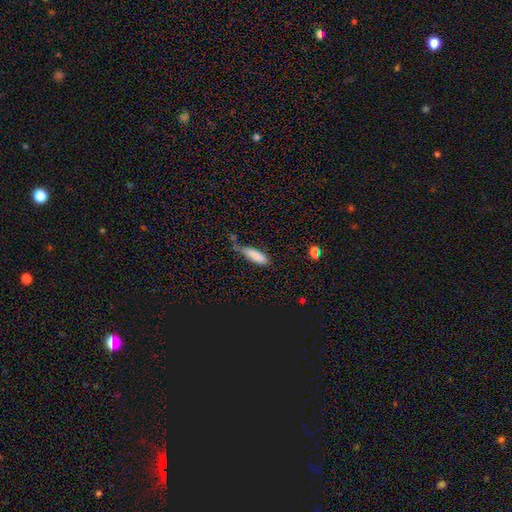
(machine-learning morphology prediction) Overall: smooth (82%). How rounded: in between (51%; cigar-shaped 47%). Merging: none (46%; minor disturbance 31%).